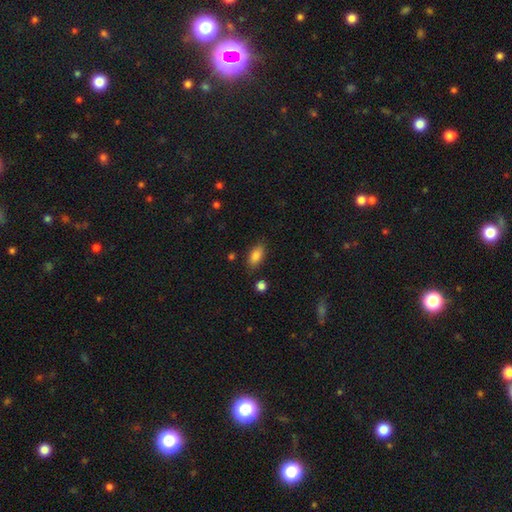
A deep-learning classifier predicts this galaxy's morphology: This appears to be a smooth galaxy with no disk features (85%) that is in between round and cigar-shaped (89%). Merging: none (82%).